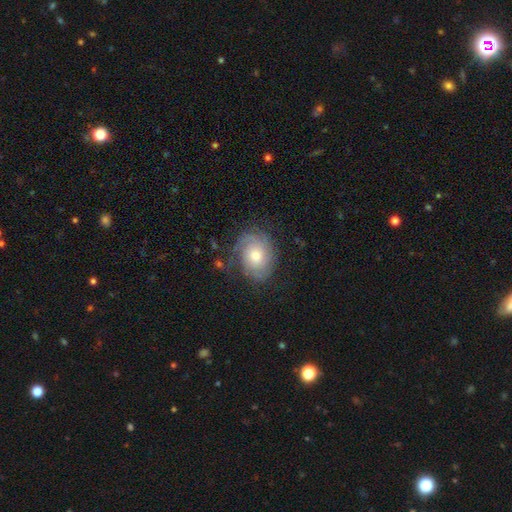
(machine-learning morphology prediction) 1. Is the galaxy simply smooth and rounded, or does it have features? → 67% featured or disk, 25% smooth, 8% star or artifact.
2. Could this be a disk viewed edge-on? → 97% no, 3% yes.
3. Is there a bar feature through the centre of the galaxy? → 81% no, 16% weak, 3% strong.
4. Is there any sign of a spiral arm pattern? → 89% yes, 11% no.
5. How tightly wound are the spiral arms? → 65% tight, 25% medium, 9% loose.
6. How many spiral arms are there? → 40% can't tell, 28% 2, 15% 3, 7% 1, 6% 4, 5% more than 4.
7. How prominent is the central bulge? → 57% moderate, 34% small, 6% large, 1% none, 1% dominant.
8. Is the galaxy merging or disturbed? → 71% none, 19% minor disturbance, 9% major disturbance, 2% merger.